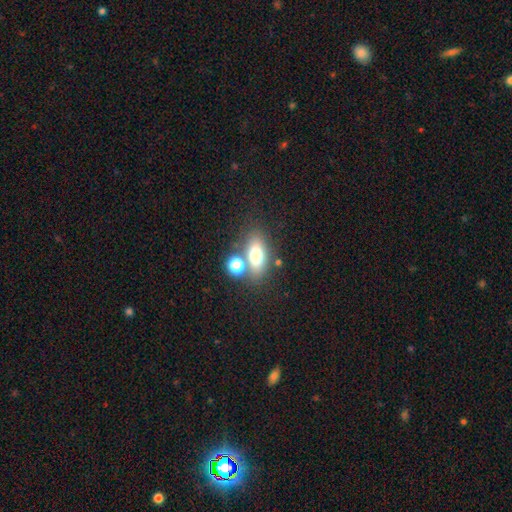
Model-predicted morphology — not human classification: Smooth or featured?
  - smooth: 70% *
  - featured or disk: 18%
  - star or artifact: 12%
How rounded?
  - in between: 75% *
  - round: 16%
  - cigar-shaped: 8%
Merging?
  - none: 61% *
  - merger: 22%
  - minor disturbance: 12%
  - major disturbance: 5%